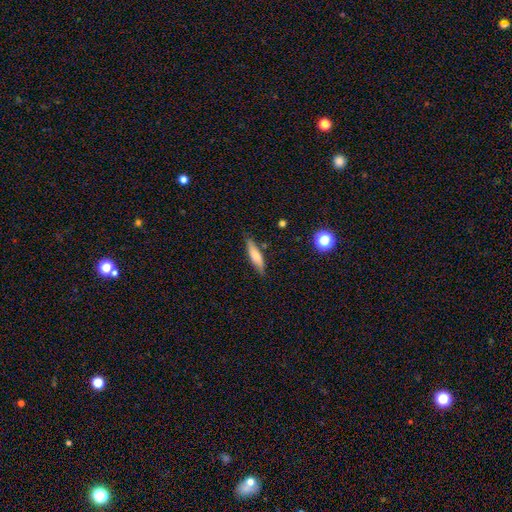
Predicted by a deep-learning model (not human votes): smooth-or-featured: smooth: 63% | featured or disk: 30% | star or artifact: 7%
  how-rounded: cigar-shaped: 73% | in between: 24% | round: 2%
  merging: none: 80% | minor disturbance: 15% | major disturbance: 3% | merger: 2%